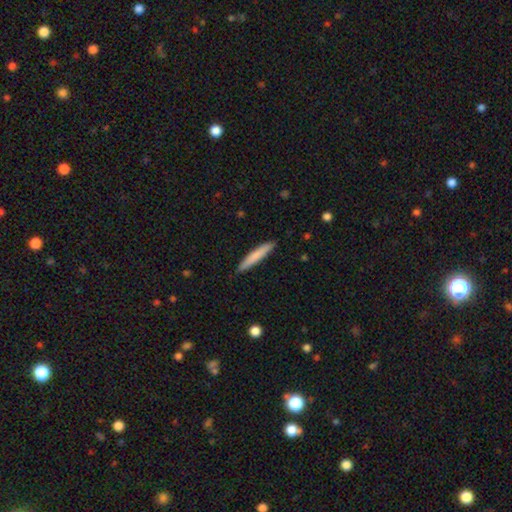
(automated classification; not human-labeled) Smooth or featured?
  - smooth: 76% *
  - featured or disk: 18%
  - star or artifact: 5%
How rounded?
  - cigar-shaped: 94% *
  - in between: 4%
  - round: 1%
Merging?
  - none: 90% *
  - minor disturbance: 8%
  - major disturbance: 1%
  - merger: 1%